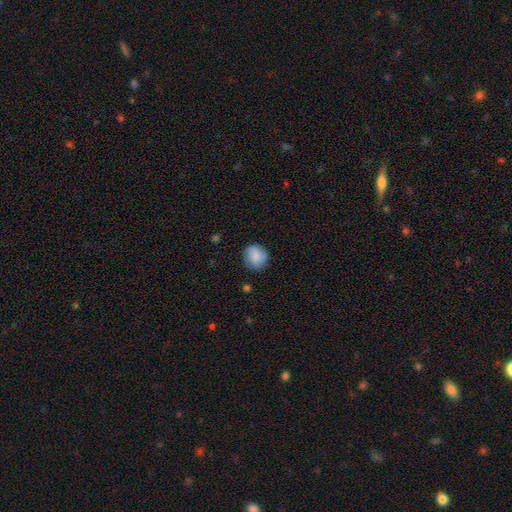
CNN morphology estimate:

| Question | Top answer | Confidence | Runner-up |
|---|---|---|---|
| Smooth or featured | smooth | 80% | featured or disk (12%) |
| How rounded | round | 83% | in between (16%) |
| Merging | none | 80% | minor disturbance (15%) |